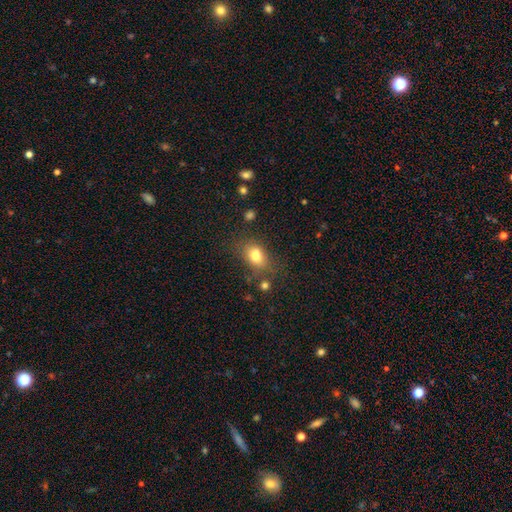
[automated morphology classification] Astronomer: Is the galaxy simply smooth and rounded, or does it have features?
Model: smooth — 77%.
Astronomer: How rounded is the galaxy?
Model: in between — 72%.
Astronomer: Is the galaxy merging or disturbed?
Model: none — 61%.